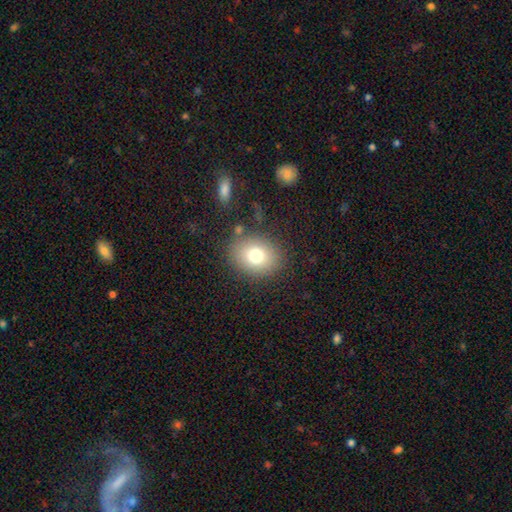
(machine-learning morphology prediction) smooth_or_featured: smooth (p=0.76) [alt: featured or disk p=0.13]
how_rounded: round (p=0.53) [alt: in between p=0.46]
merging: none (p=0.82) [alt: minor disturbance p=0.10]